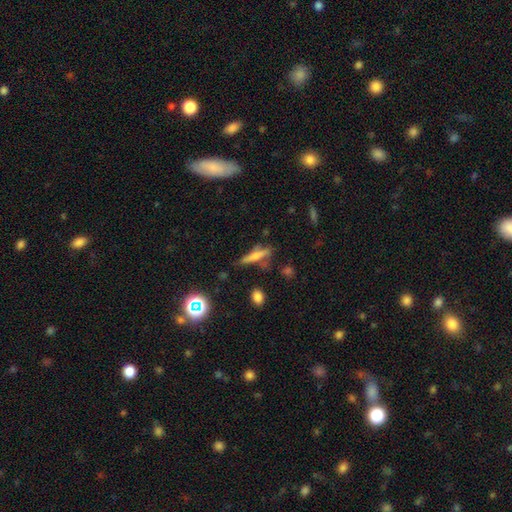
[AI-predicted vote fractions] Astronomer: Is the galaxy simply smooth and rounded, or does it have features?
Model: smooth — 52% (runner-up: featured or disk, 35%).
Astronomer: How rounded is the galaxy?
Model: cigar-shaped — 78%.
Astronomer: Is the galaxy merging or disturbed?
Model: none — 58%.